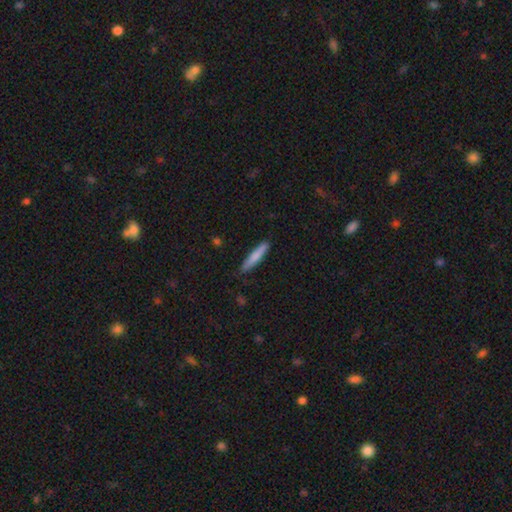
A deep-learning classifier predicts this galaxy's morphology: smooth 78%, featured or disk 16%, star or artifact 5%. Down the decision tree: how rounded — cigar-shaped (90%); merging — none (86%).